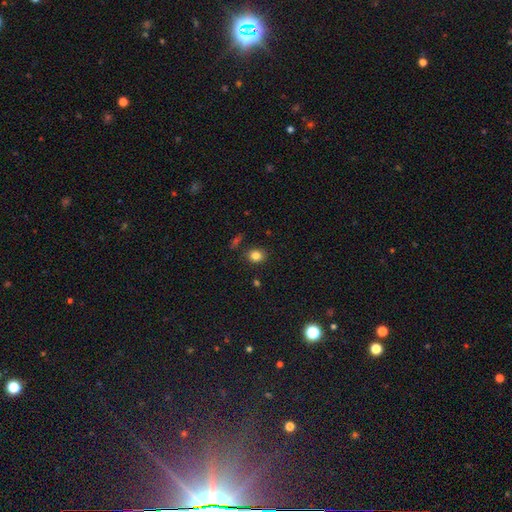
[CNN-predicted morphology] This is clearly a smooth galaxy (82%). How rounded: likely round (64%). Merging: clearly none (83%).